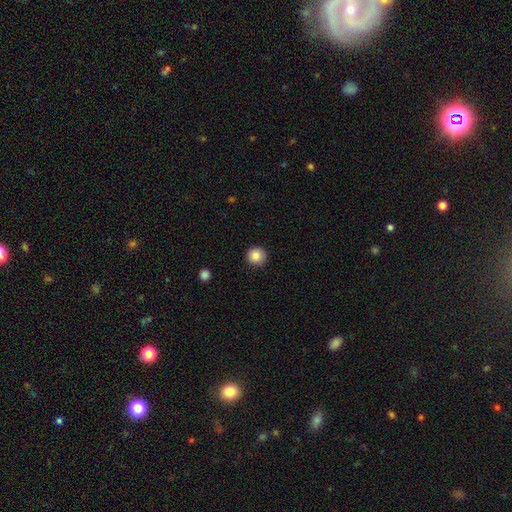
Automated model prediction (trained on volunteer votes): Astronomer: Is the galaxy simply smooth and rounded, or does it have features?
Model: smooth — 86%.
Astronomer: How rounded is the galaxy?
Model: round — 94%.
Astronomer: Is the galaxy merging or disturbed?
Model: none — 92%.